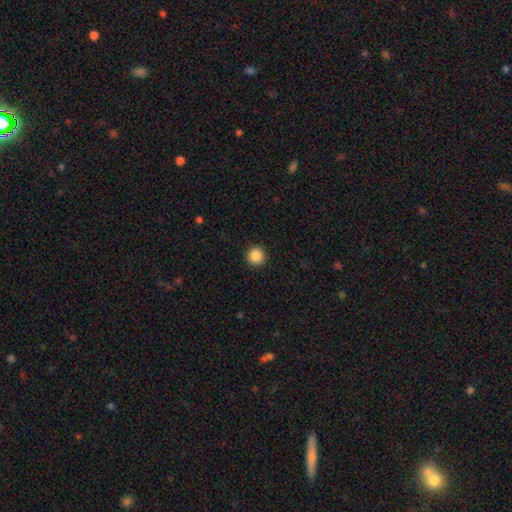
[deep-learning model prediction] The model was most divided on "smooth or featured": smooth: 88%, star or artifact: 9%, featured or disk: 3%. More confident: how rounded — round (96%); merging — none (93%).